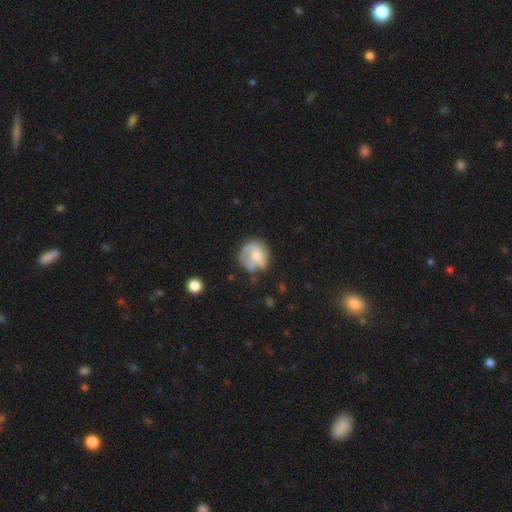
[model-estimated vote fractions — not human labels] Morphology: type=smooth (56%); roundness=round (82%); merging=none (49%).